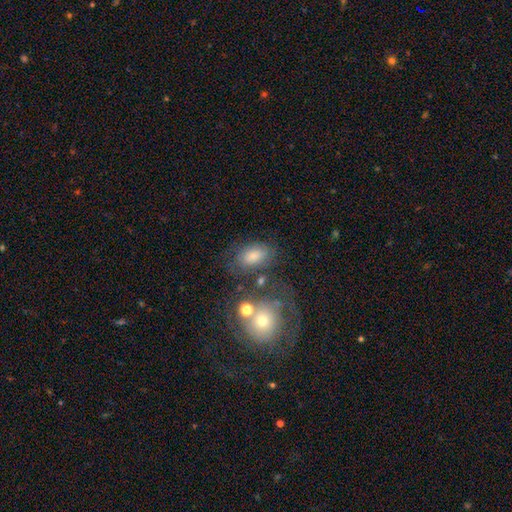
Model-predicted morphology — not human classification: The model was most divided on "smooth or featured": smooth: 53%, featured or disk: 29%, star or artifact: 19%. More confident: how rounded — in between (72%); merging — none (52%).